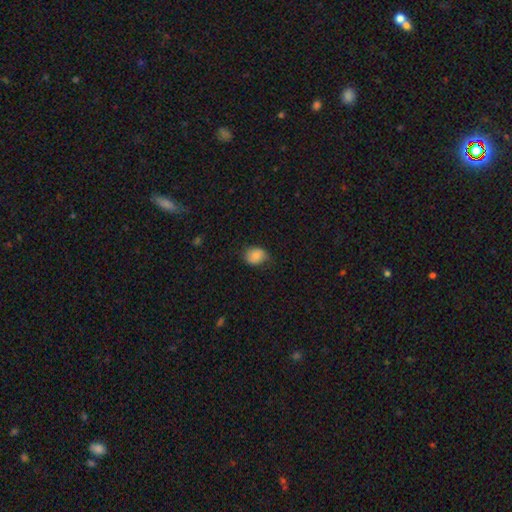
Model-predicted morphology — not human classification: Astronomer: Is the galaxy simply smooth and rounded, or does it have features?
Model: smooth — 82%.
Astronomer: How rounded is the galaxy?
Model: round — 50% (runner-up: in between, 49%).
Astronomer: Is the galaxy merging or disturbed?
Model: none — 64%.